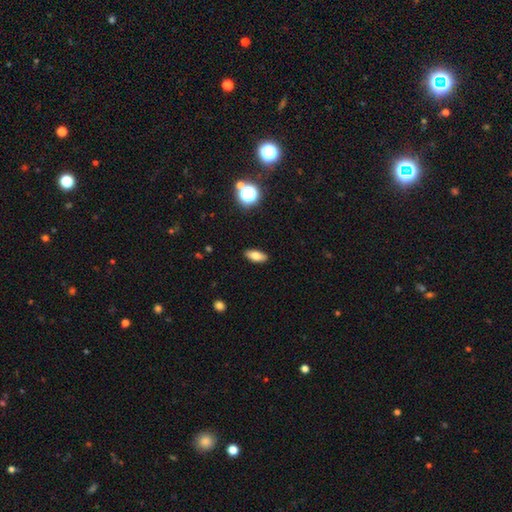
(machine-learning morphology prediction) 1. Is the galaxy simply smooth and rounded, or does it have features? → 75% smooth, 15% featured or disk, 10% star or artifact.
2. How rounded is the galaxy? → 78% in between, 17% cigar-shaped, 5% round.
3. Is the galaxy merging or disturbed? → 90% none, 7% minor disturbance, 2% major disturbance, 1% merger.